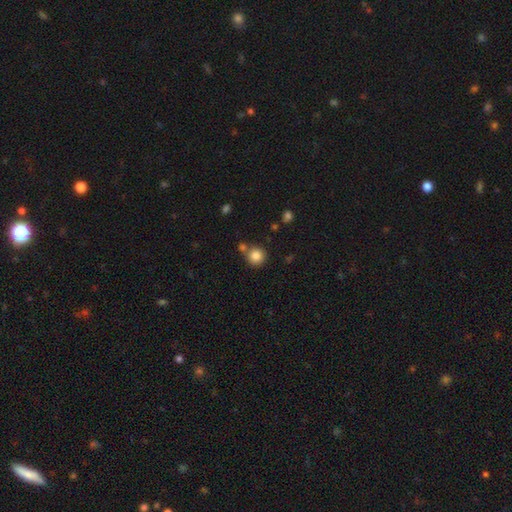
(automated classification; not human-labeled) This is clearly a smooth galaxy (84%). How rounded: clearly round (93%). Merging: likely none (72%).